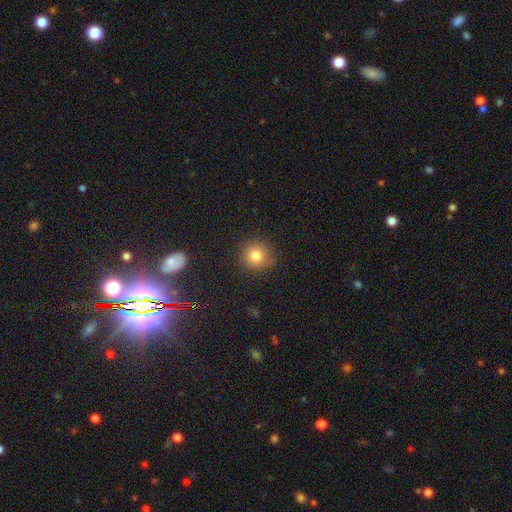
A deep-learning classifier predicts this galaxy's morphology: The model was most divided on "smooth or featured": smooth: 80%, star or artifact: 13%, featured or disk: 7%. More confident: how rounded — round (92%); merging — none (87%).